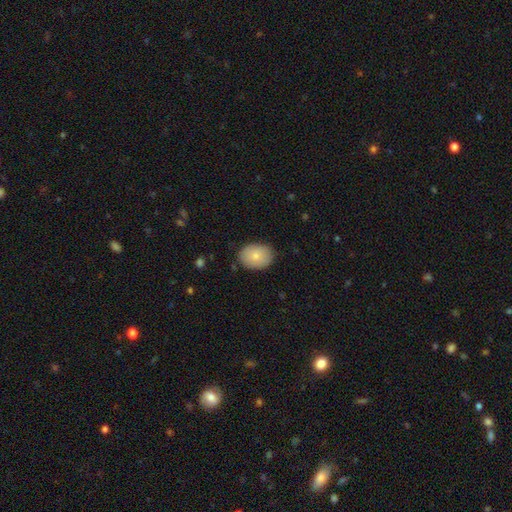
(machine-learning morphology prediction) type=smooth (81%); roundness=in between (71%); merging=none (85%).